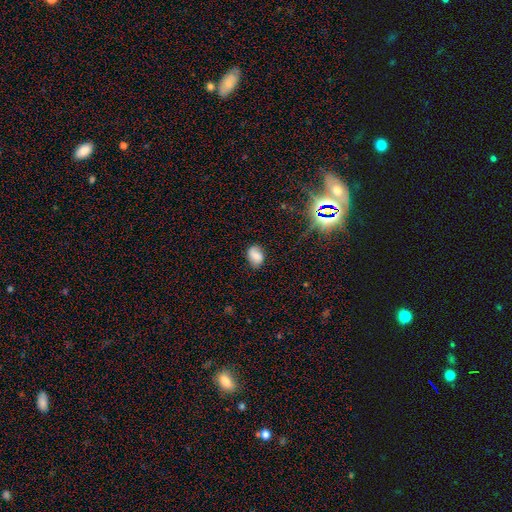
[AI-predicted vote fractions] Q: Smooth or featured?
A: smooth (69%); runner-up: featured or disk (19%)
Q: How rounded?
A: in between (71%); runner-up: round (27%)
Q: Merging?
A: none (73%); runner-up: minor disturbance (20%)